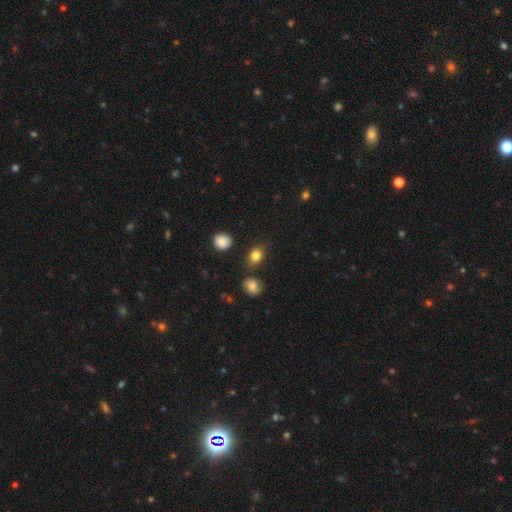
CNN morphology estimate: This appears to be a smooth galaxy with no disk features (82%) that is in between round and cigar-shaped (66%). Merging: none (79%).